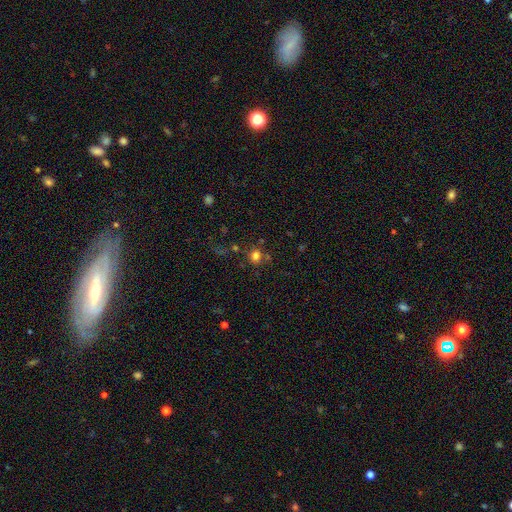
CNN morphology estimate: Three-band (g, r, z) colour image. It shows a smooth galaxy with no disk features (75%) that is round (83%). Merging: none (75%).